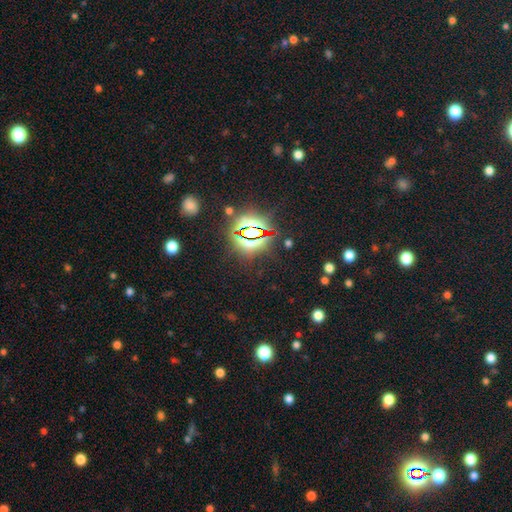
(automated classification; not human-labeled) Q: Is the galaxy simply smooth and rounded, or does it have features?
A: star or artifact — 81%.